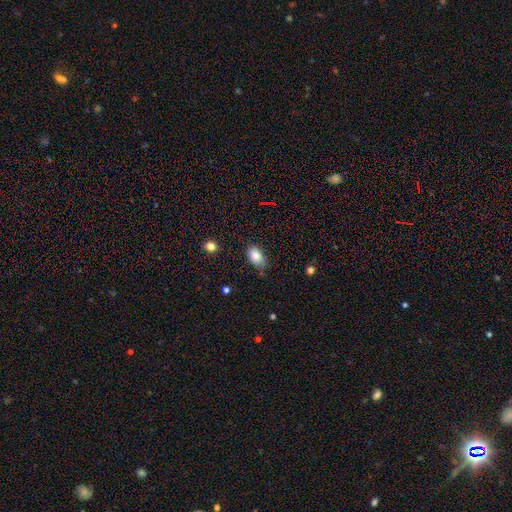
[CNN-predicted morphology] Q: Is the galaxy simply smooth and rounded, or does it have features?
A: smooth — 84%.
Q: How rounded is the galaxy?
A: in between — 89%.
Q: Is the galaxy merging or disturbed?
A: none — 68%.